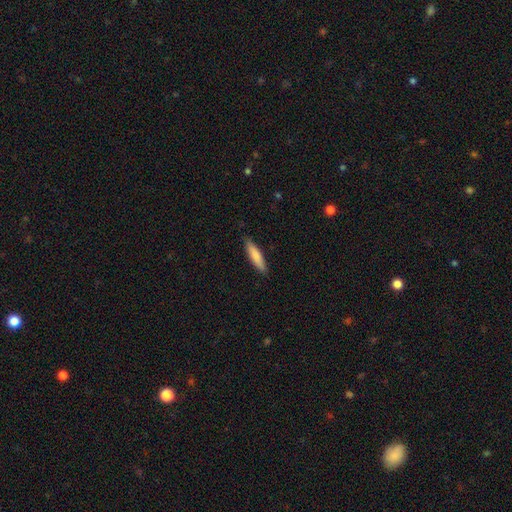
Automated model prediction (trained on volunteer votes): Smooth or featured? Predicted: smooth (p=0.79). How rounded? Predicted: cigar-shaped (p=0.80). Merging? Predicted: none (p=0.87).